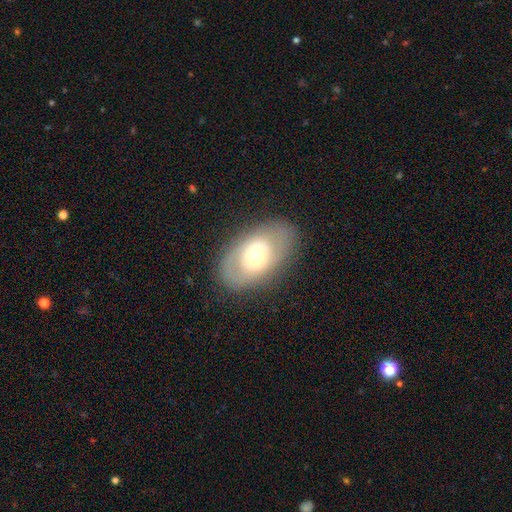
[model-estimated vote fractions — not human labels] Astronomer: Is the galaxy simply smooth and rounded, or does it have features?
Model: featured or disk — 49% (runner-up: smooth, 43%).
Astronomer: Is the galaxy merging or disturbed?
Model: none — 79%.